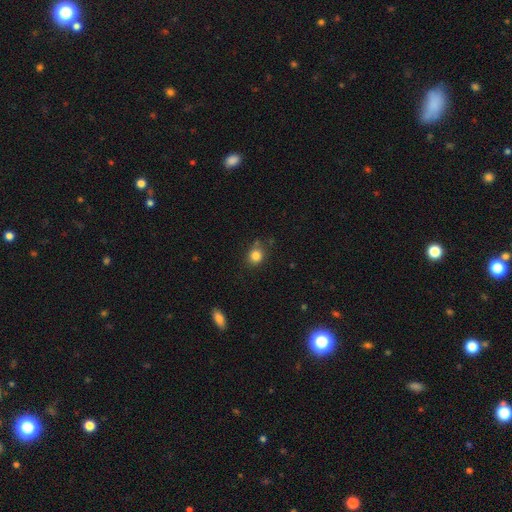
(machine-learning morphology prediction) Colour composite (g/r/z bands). It shows a smooth galaxy with no disk features (84%) that is round (73%). Merging: none (74%).